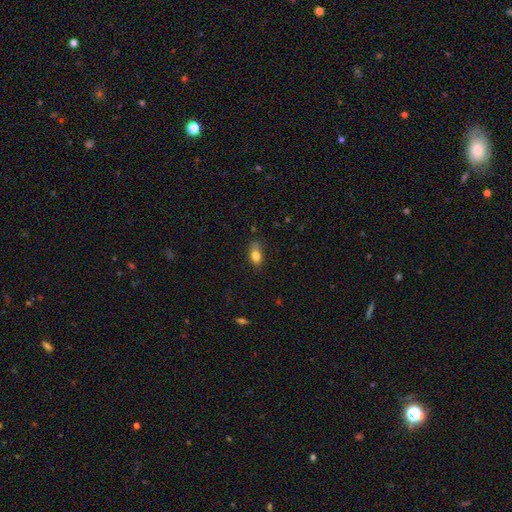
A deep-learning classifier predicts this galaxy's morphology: smooth 80%, featured or disk 12%, star or artifact 9%. Down the decision tree: how rounded — in between (82%); merging — none (62%).